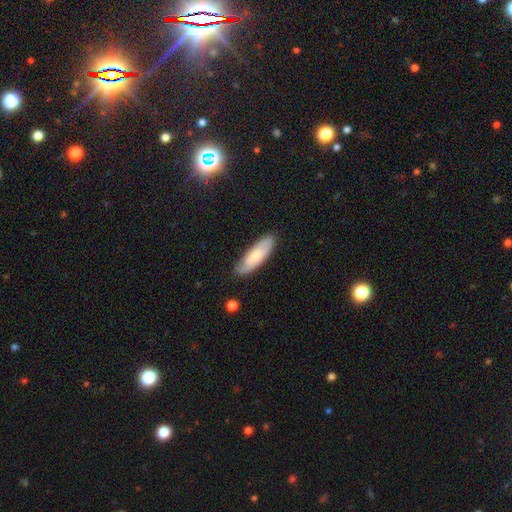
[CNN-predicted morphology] A smooth galaxy with no disk features (61%) that is in between round and cigar-shaped (57%). Merging: none (80%).